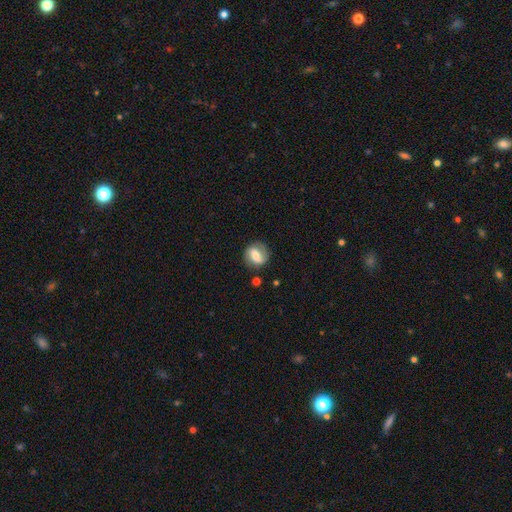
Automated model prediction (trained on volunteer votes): smooth-or-featured: featured or disk: 52% | smooth: 40% | star or artifact: 8%
  disk-edge-on: no: 95% | yes: 5%
  merging: none: 77% | minor disturbance: 15% | major disturbance: 5% | merger: 3%